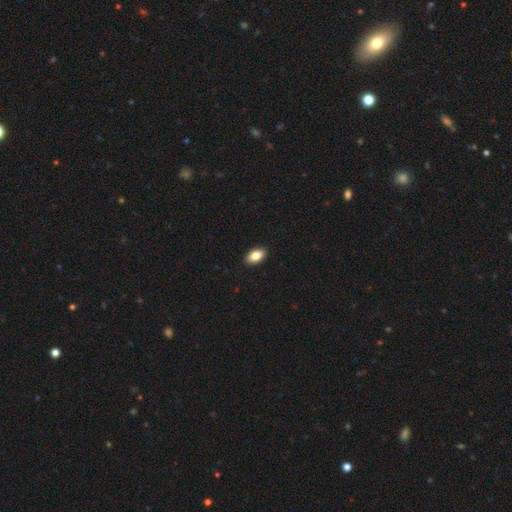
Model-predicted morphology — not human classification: Smooth or featured? Predicted: smooth (p=0.85). How rounded? Predicted: in between (p=0.93). Merging? Predicted: none (p=0.91).